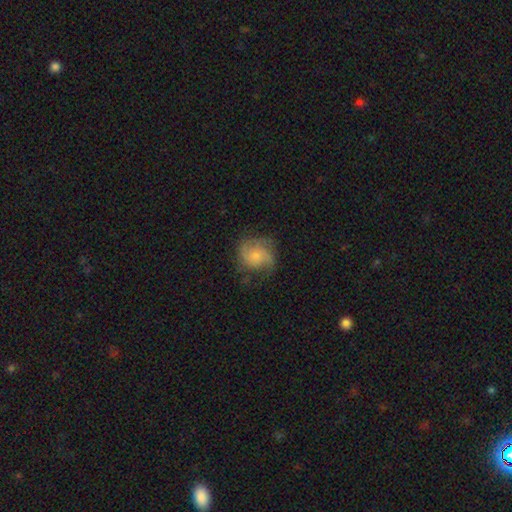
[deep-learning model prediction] Smooth or featured? Predicted: featured or disk (p=0.60). Edge-on disk? Predicted: no (p=0.98). Bar? Predicted: no (p=0.74). Spiral arms? Predicted: yes (p=0.90). Spiral winding? Predicted: medium (p=0.45). Spiral arm count? Predicted: 2 (p=0.47). Bulge size? Predicted: small (p=0.55). Merging? Predicted: none (p=0.63).